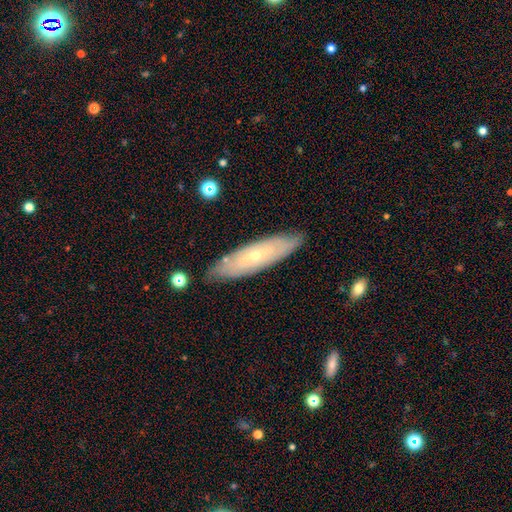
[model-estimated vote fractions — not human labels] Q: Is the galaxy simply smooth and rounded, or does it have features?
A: featured or disk — 61%.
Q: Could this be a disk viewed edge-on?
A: no — 65%.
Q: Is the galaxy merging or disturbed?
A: none — 82%.